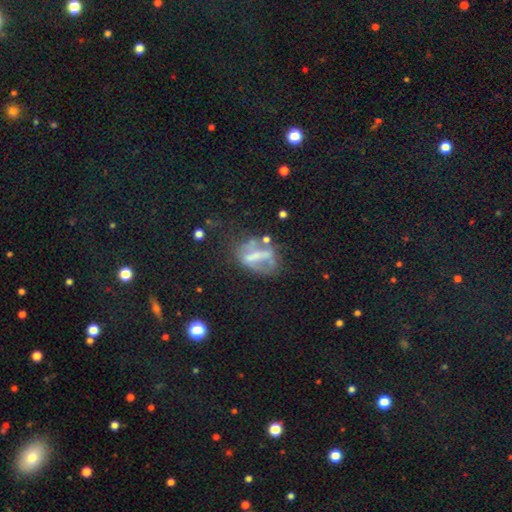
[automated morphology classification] Overall: featured or disk (56%; smooth 29%). Edge-on disk: no (90%). Bar: strong (43%; no 36%). Spiral arms: no (79%). Bulge size: none (48%; small 24%). Merging: none (36%; major disturbance 31%).